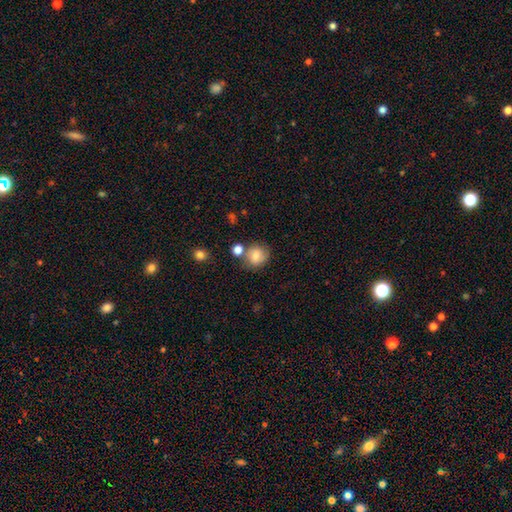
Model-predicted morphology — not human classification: A smooth galaxy with no disk features (78%) that is round (80%). Merging: none (64%).